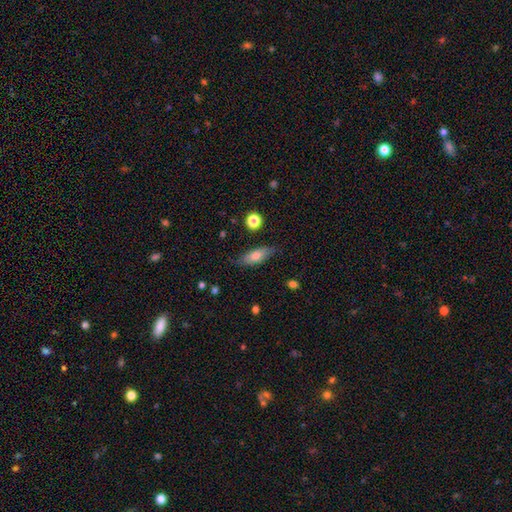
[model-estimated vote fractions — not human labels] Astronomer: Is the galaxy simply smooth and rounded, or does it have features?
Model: smooth — 69%.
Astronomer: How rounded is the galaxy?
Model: in between — 67%.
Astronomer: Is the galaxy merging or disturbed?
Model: none — 77%.